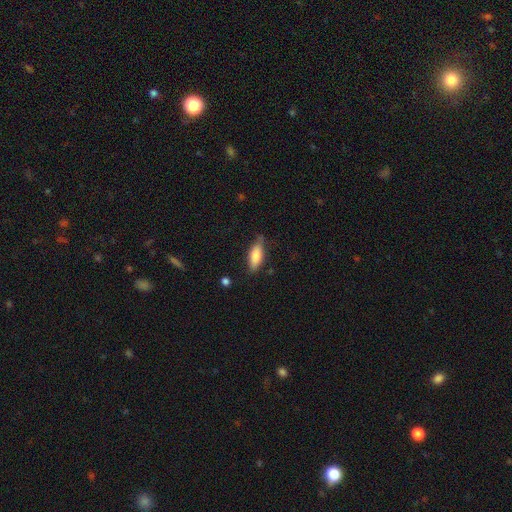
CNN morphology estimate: Smooth or featured?
  - smooth: 78% *
  - featured or disk: 16%
  - star or artifact: 6%
How rounded?
  - in between: 71% *
  - cigar-shaped: 27%
  - round: 2%
Merging?
  - none: 70% *
  - minor disturbance: 23%
  - major disturbance: 5%
  - merger: 2%